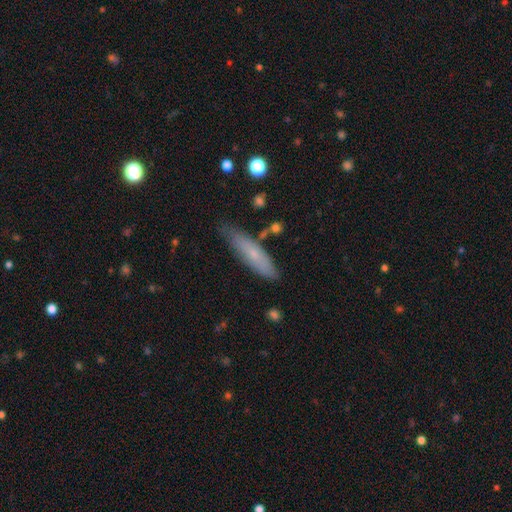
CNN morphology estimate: smooth-or-featured: smooth: 63% | featured or disk: 30% | star or artifact: 7%
  how-rounded: cigar-shaped: 74% | in between: 24% | round: 2%
  merging: none: 74% | minor disturbance: 19% | major disturbance: 3% | merger: 3%